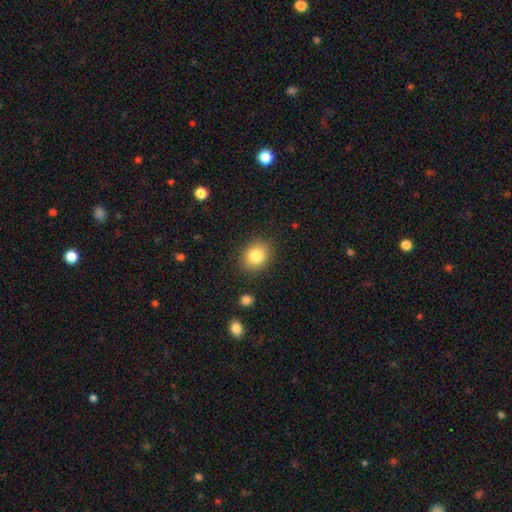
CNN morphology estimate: Smooth or featured? Predicted: smooth (p=0.82). How rounded? Predicted: round (p=0.63). Merging? Predicted: none (p=0.87).